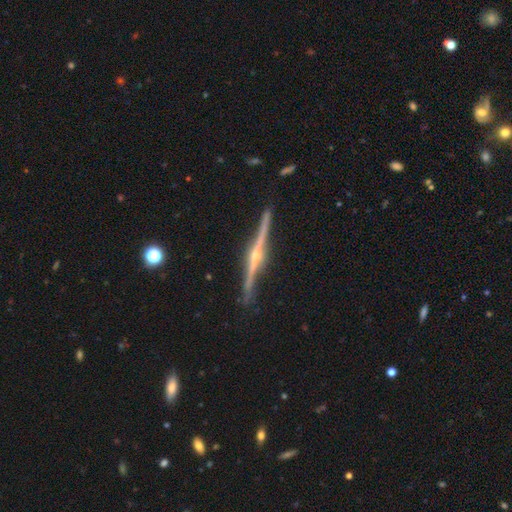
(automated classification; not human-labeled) smooth_or_featured: featured or disk (p=0.88) [alt: smooth p=0.07]
disk_edge_on: yes (p=0.98) [alt: no p=0.02]
edge_on_bulge: rounded (p=0.90) [alt: none p=0.06]
merging: none (p=0.88) [alt: minor disturbance p=0.09]